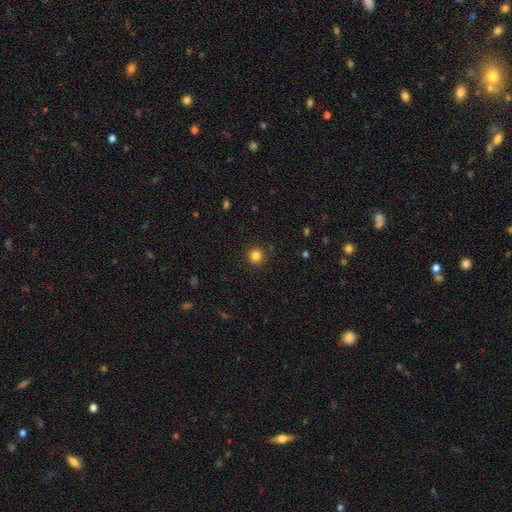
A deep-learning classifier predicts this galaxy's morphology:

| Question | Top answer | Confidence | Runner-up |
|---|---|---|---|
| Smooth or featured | smooth | 83% | star or artifact (13%) |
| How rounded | round | 95% | in between (4%) |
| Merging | none | 91% | minor disturbance (5%) |